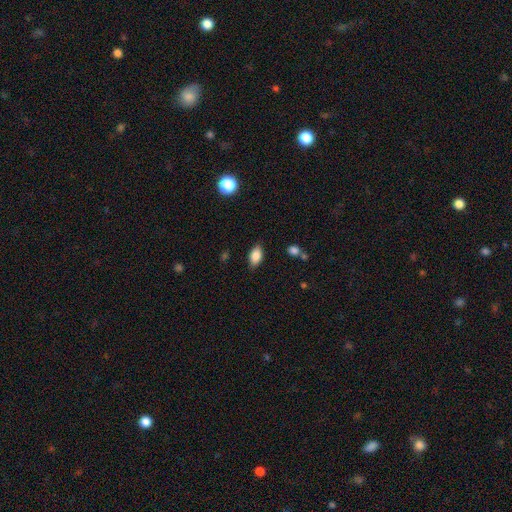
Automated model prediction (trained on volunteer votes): smooth 85%, star or artifact 8%, featured or disk 7%. Down the decision tree: how rounded — in between (90%); merging — none (83%).